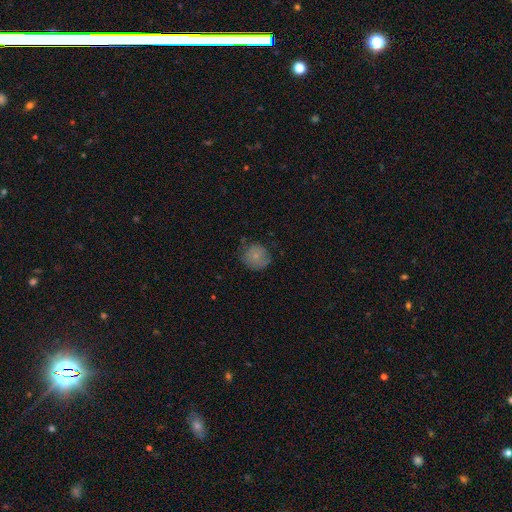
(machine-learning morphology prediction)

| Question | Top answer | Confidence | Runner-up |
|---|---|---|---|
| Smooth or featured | smooth | 72% | featured or disk (19%) |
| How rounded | round | 86% | in between (13%) |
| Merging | none | 66% | minor disturbance (25%) |